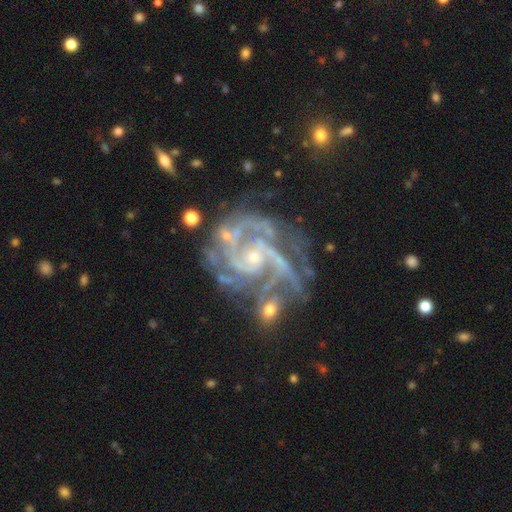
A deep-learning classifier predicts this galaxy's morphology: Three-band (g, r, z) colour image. It shows a featured or disk galaxy (90%) with no bar (59%), 2 (29%, tied with 3) tight (55%) spiral arms (98%) and a small central bulge (75%). Merging: none (57%).